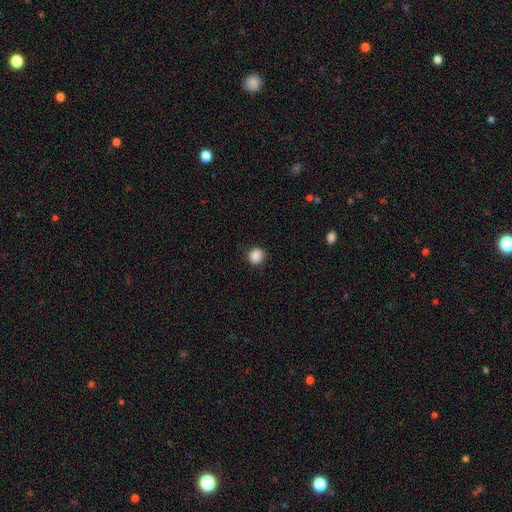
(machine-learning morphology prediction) Smooth or featured: smooth — 87% (star or artifact — 10%)
How rounded: round — 73% (in between — 26%)
Merging: none — 82% (minor disturbance — 13%)